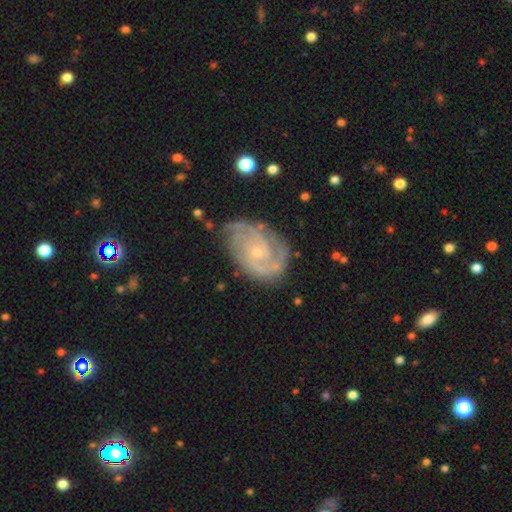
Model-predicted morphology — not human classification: smooth_or_featured: featured or disk (p=0.81) [alt: star or artifact p=0.10]
disk_edge_on: no (p=0.97) [alt: yes p=0.03]
bar: no (p=0.67) [alt: weak p=0.27]
has_spiral_arms: yes (p=0.96) [alt: no p=0.04]
spiral_winding: tight (p=0.65) [alt: medium p=0.29]
spiral_arm_count: 2 (p=0.38) [alt: 3 p=0.22]
bulge_size: small (p=0.74) [alt: moderate p=0.21]
merging: none (p=0.71) [alt: minor disturbance p=0.20]